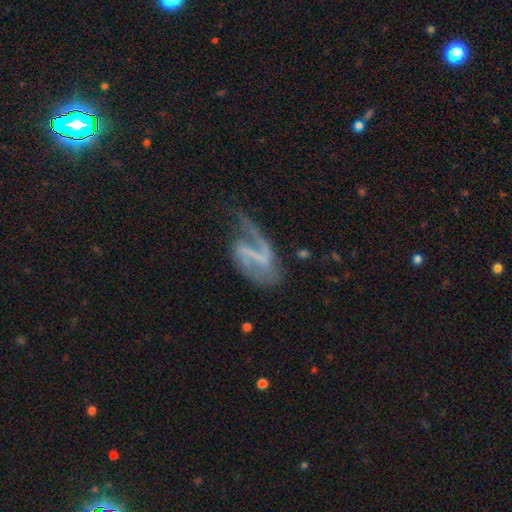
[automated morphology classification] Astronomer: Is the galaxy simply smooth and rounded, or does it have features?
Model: featured or disk — 83%.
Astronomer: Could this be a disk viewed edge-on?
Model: no — 97%.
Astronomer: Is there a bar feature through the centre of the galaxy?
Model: strong — 45% (runner-up: weak, 36%).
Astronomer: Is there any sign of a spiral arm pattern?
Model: yes — 88%.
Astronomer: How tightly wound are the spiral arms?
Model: loose — 53% (runner-up: medium, 34%).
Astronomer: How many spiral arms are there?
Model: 2 — 61%.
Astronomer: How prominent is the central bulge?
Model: none — 66%.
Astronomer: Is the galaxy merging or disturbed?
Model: none — 43% (runner-up: major disturbance, 30%).